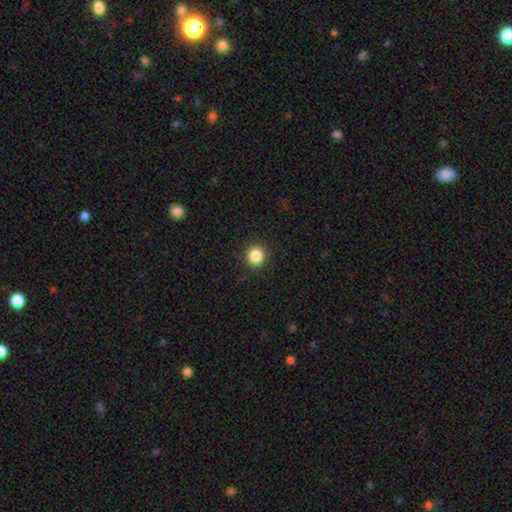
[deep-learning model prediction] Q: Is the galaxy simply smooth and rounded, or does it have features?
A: smooth — 86%.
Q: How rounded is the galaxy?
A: round — 93%.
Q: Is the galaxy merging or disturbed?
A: none — 91%.